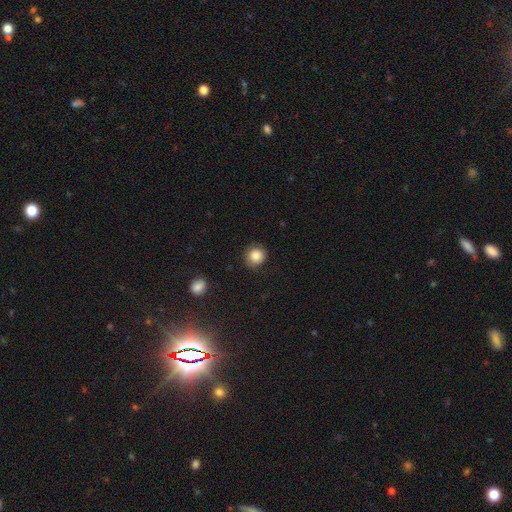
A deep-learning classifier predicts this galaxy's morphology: Smooth or featured? Predicted: smooth (p=0.85). How rounded? Predicted: round (p=0.90). Merging? Predicted: none (p=0.85).